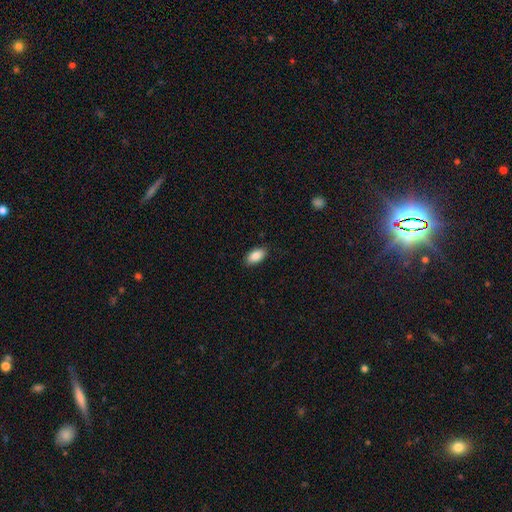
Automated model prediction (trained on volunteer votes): smooth 88%, star or artifact 7%, featured or disk 6%. Down the decision tree: how rounded — in between (93%); merging — none (88%).